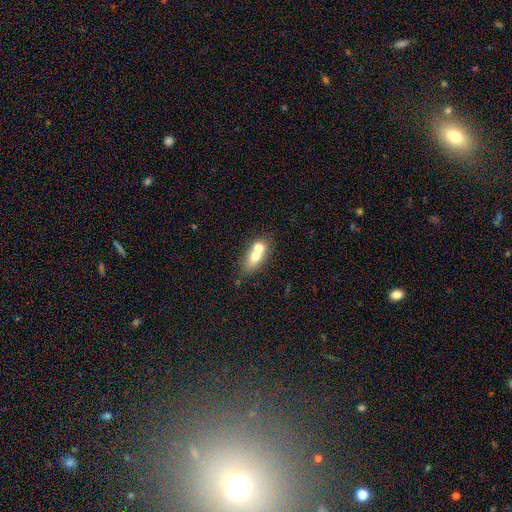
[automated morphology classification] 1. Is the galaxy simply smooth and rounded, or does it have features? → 63% smooth, 27% featured or disk, 11% star or artifact.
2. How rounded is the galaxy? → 63% in between, 27% round, 10% cigar-shaped.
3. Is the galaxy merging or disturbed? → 53% merger, 35% none, 8% minor disturbance, 4% major disturbance.